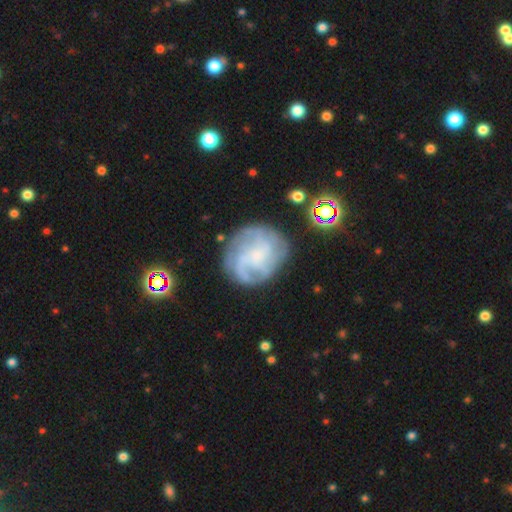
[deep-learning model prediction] Smooth or featured? Predicted: featured or disk (p=0.72). Edge-on disk? Predicted: no (p=0.98). Bar? Predicted: no (p=0.66). Spiral arms? Predicted: yes (p=0.89). Spiral winding? Predicted: tight (p=0.42). Spiral arm count? Predicted: can't tell (p=0.35). Bulge size? Predicted: small (p=0.49). Merging? Predicted: none (p=0.71).